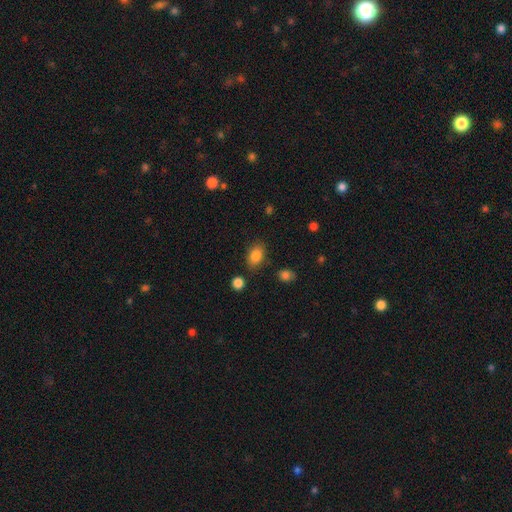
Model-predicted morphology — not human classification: Overall: smooth (85%). How rounded: in between (80%). Merging: none (80%).